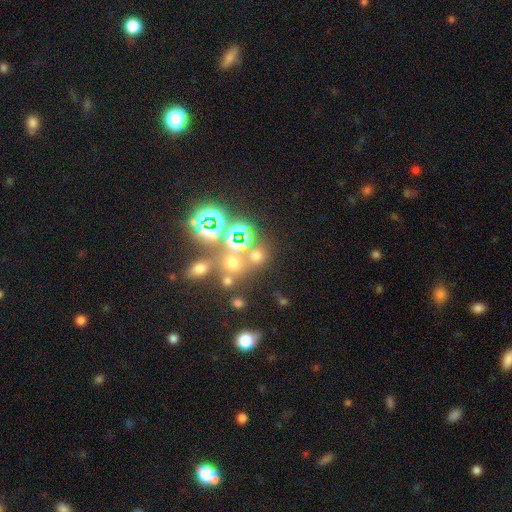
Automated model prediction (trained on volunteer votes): Smooth or featured: smooth — 51% (star or artifact — 39%)
How rounded: round — 80% (in between — 18%)
Merging: none — 63% (merger — 22%)